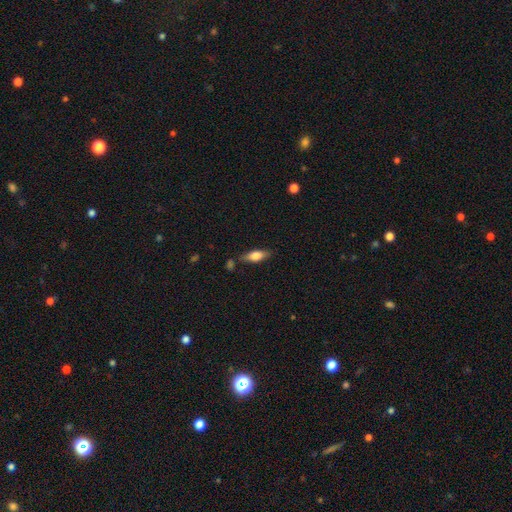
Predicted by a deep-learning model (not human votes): The model was most divided on "how rounded": in between: 67%, cigar-shaped: 30%, round: 3%. More confident: merging — none (76%); smooth or featured — smooth (69%).